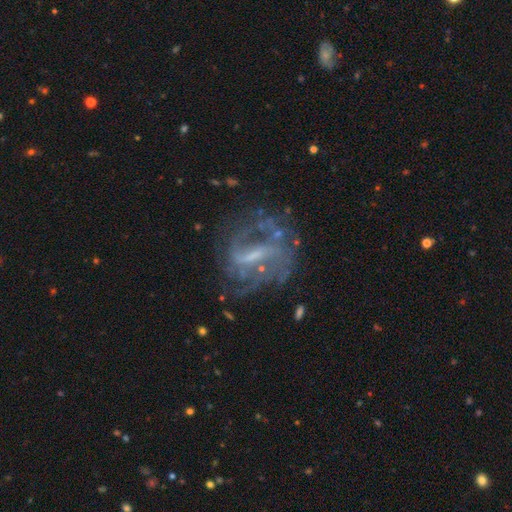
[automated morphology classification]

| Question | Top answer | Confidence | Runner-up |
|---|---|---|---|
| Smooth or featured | featured or disk | 79% | star or artifact (11%) |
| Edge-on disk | no | 94% | yes (6%) |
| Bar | strong | 44% | weak (40%) |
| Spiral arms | yes | 78% | no (22%) |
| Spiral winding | medium | 41% | loose (32%) |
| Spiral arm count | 2 | 41% | can't tell (33%) |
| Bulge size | small | 45% | none (30%) |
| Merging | none | 57% | major disturbance (21%) |